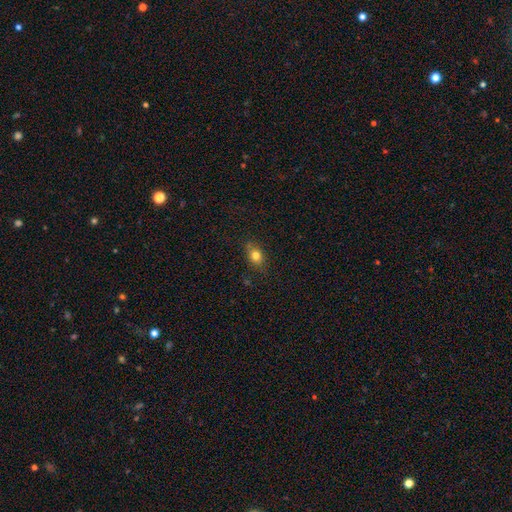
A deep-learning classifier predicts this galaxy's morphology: Smooth or featured?
  - smooth: 79% *
  - star or artifact: 11%
  - featured or disk: 10%
How rounded?
  - in between: 64% *
  - round: 33%
  - cigar-shaped: 3%
Merging?
  - none: 80% *
  - minor disturbance: 15%
  - major disturbance: 3%
  - merger: 1%